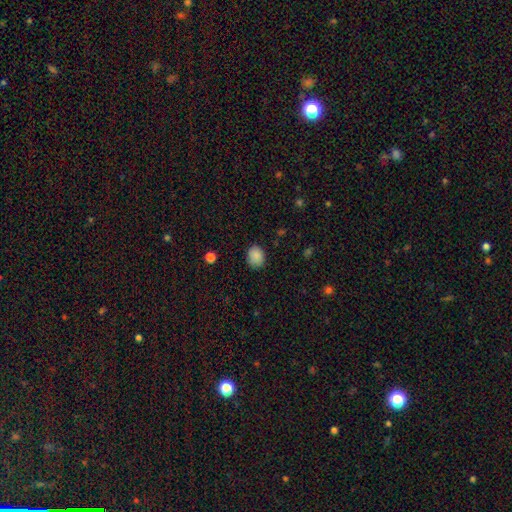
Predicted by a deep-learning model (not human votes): Smooth or featured?
  - smooth: 87% *
  - star or artifact: 9%
  - featured or disk: 4%
How rounded?
  - round: 61% *
  - in between: 39%
  - cigar-shaped: 1%
Merging?
  - none: 83% *
  - minor disturbance: 13%
  - major disturbance: 3%
  - merger: 1%